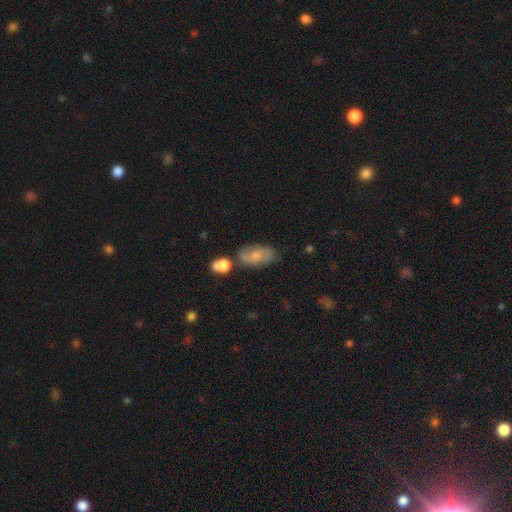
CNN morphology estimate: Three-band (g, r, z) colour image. It shows a smooth galaxy with no disk features (59%) that is in between round and cigar-shaped (88%). Merging: none (61%).